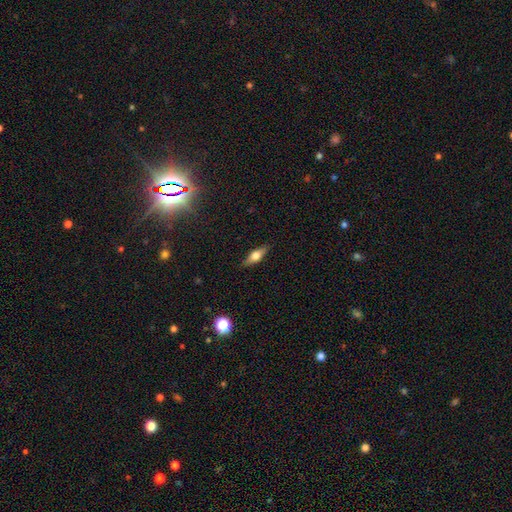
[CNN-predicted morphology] Smooth or featured? Predicted: smooth (p=0.46, tied with featured or disk). Merging? Predicted: none (p=0.87).